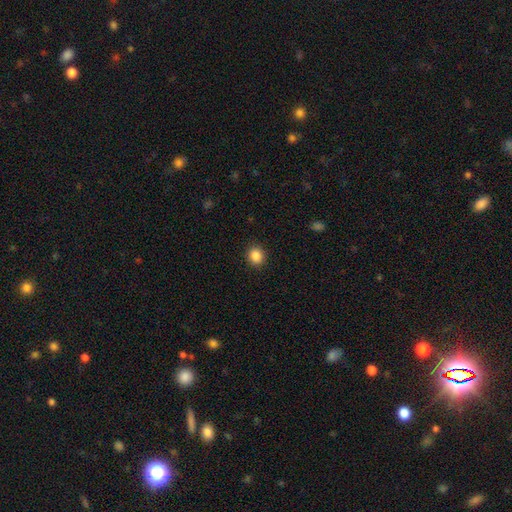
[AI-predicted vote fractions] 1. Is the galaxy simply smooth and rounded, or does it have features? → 87% smooth, 10% star or artifact, 3% featured or disk.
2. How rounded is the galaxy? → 77% round, 22% in between, 1% cigar-shaped.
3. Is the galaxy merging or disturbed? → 91% none, 6% minor disturbance, 2% major disturbance, 1% merger.